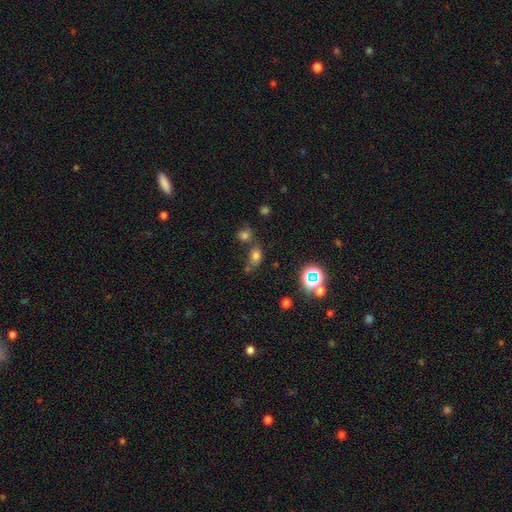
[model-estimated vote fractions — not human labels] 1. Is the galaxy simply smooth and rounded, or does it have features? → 68% smooth, 22% star or artifact, 10% featured or disk.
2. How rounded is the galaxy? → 68% in between, 30% round, 3% cigar-shaped.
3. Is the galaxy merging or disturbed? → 50% none, 25% merger, 17% minor disturbance, 7% major disturbance.